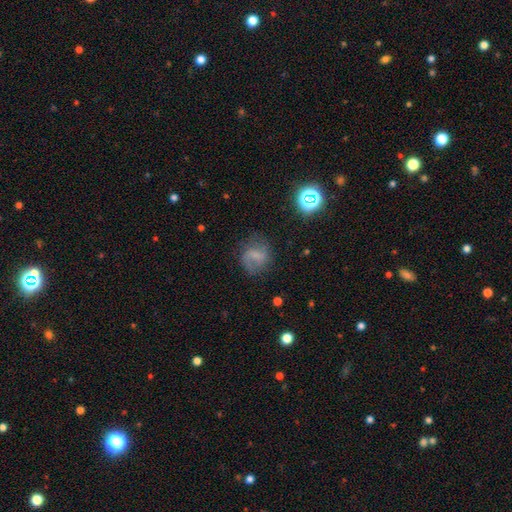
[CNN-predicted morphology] smooth 47%, featured or disk 39%, star or artifact 14%. Down the decision tree: merging — none (61%).